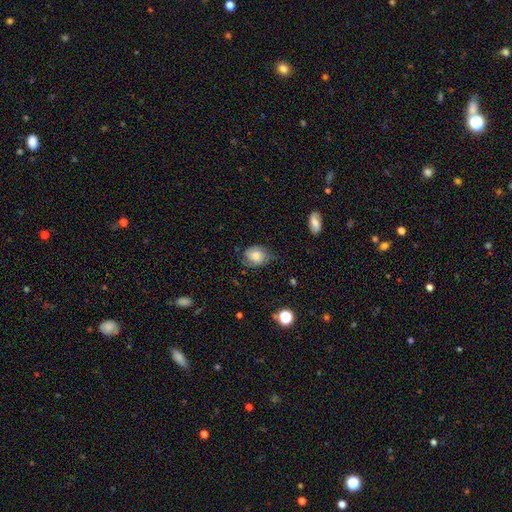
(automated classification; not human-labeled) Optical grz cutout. It shows a smooth galaxy with no disk features (58%) that is round (51%). Merging: none (52%).